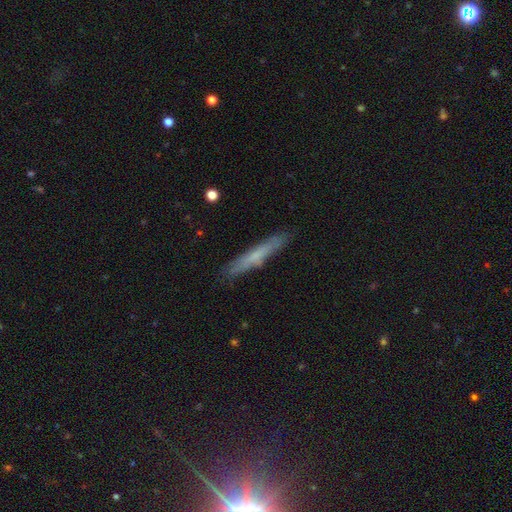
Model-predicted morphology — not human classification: smooth 58%, featured or disk 35%, star or artifact 7%. Down the decision tree: how rounded — cigar-shaped (95%); merging — none (87%).